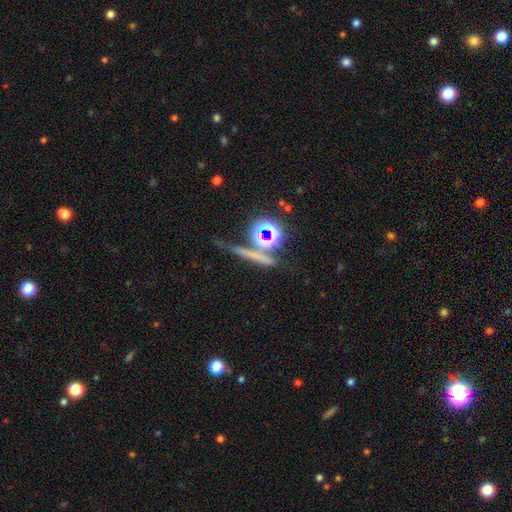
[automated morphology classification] Q: Smooth or featured?
A: star or artifact (43%); runner-up: smooth (32%)